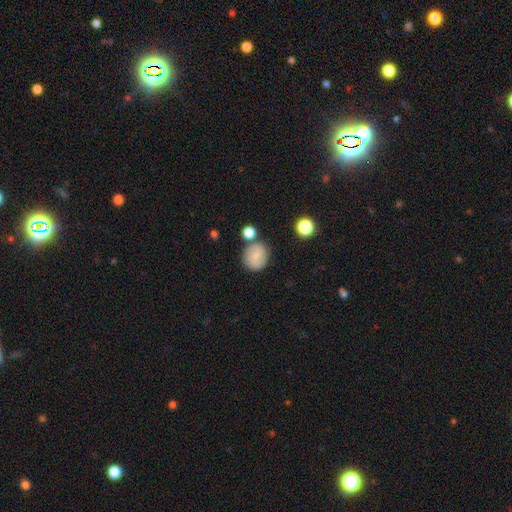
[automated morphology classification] A smooth galaxy with no disk features (68%) that is round (82%). Merging: none (74%).